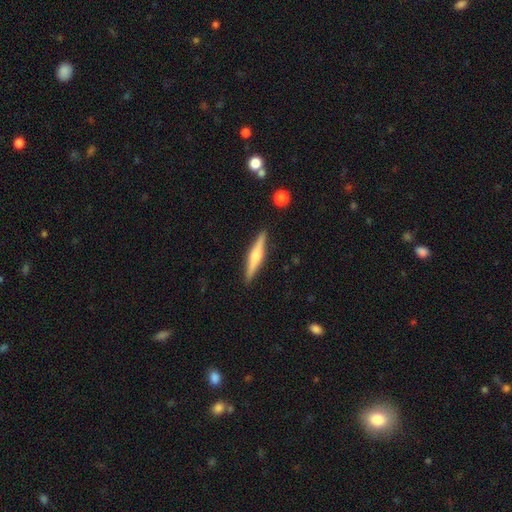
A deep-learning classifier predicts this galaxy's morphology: Smooth or featured? Predicted: featured or disk (p=0.60). Edge-on disk? Predicted: yes (p=0.97). Edge-on bulge? Predicted: rounded (p=0.77). Merging? Predicted: none (p=0.90).